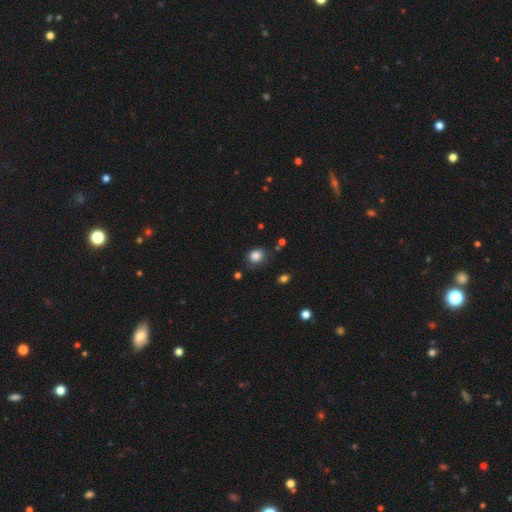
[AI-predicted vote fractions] Smooth or featured? Predicted: smooth (p=0.84). How rounded? Predicted: round (p=0.66). Merging? Predicted: none (p=0.69).